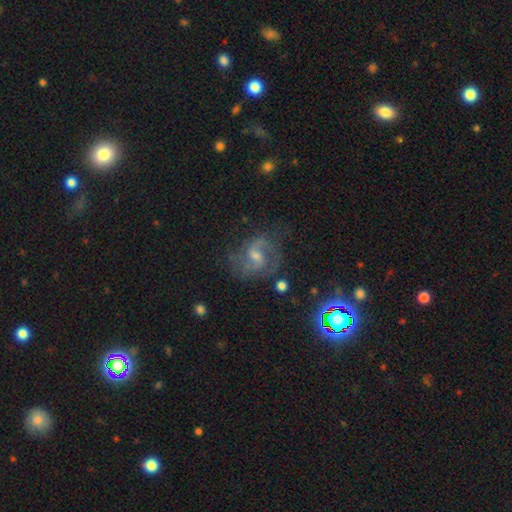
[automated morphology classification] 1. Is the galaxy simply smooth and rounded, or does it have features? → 74% featured or disk, 15% star or artifact, 11% smooth.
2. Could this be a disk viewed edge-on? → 97% no, 3% yes.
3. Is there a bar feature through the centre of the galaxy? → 56% weak, 27% no, 16% strong.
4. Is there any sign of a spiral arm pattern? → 94% yes, 6% no.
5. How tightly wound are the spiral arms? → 52% medium, 28% loose, 20% tight.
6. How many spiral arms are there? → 74% 2, 12% can't tell, 7% 3, 4% 1, 2% 4, 2% more than 4.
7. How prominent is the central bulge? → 45% moderate, 44% small, 6% none, 3% large, 1% dominant.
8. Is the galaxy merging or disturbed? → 68% none, 18% minor disturbance, 11% major disturbance, 3% merger.